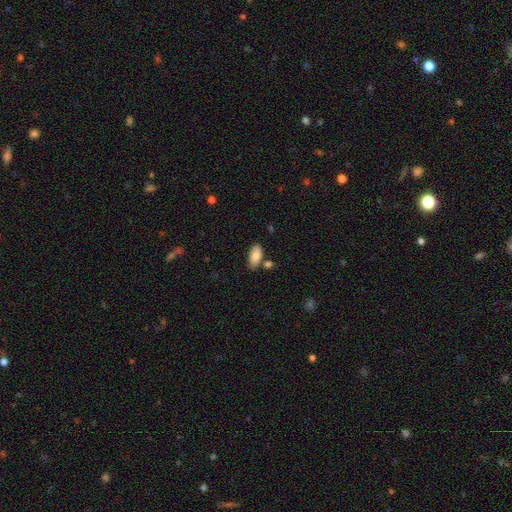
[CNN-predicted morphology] smooth 84%, featured or disk 9%, star or artifact 6%. Down the decision tree: how rounded — in between (93%); merging — none (72%).